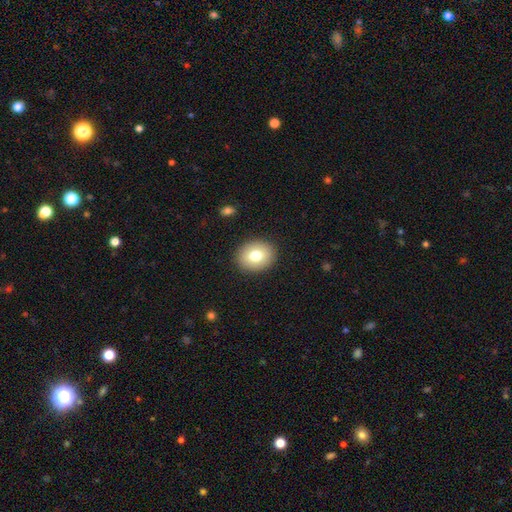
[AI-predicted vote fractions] This is likely a smooth galaxy (76%). How rounded: possibly round (56%). Merging: clearly none (90%).